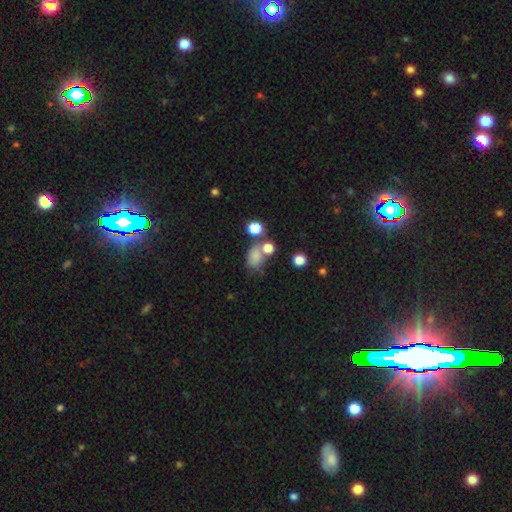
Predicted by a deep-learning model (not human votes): Morphology: type=smooth (75%); roundness=in between (71%); merging=none (40%).